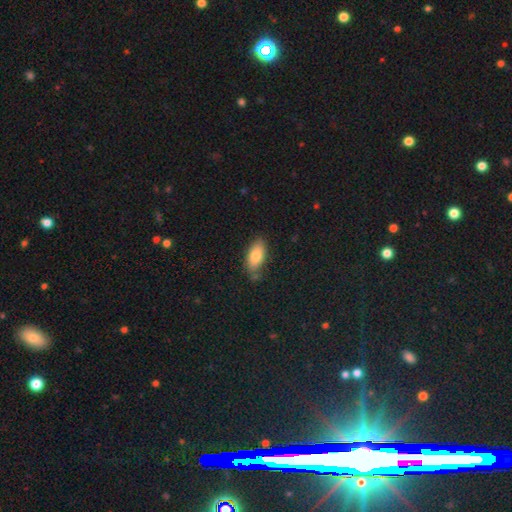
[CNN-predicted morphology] smooth_or_featured: smooth (p=0.81) [alt: featured or disk p=0.12]
how_rounded: in between (p=0.89) [alt: cigar-shaped p=0.08]
merging: none (p=0.74) [alt: minor disturbance p=0.18]